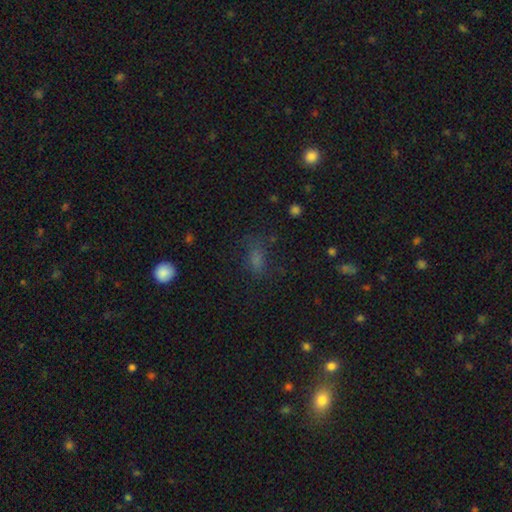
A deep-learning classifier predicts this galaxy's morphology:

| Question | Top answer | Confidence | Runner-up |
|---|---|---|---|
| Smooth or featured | smooth | 64% | star or artifact (25%) |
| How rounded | in between | 74% | round (16%) |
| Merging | none | 62% | minor disturbance (20%) |